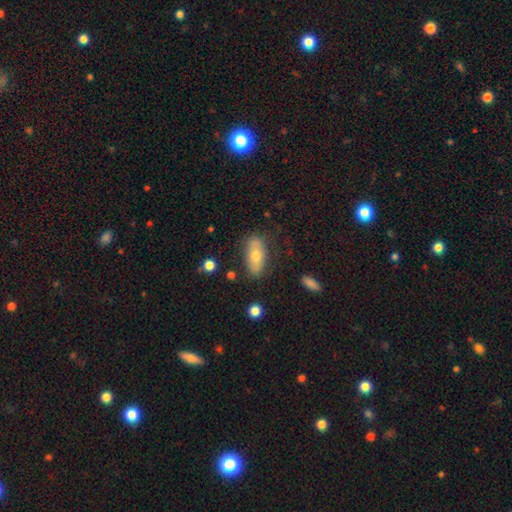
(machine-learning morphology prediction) Smooth or featured: smooth — 62% (featured or disk — 30%)
How rounded: in between — 84% (cigar-shaped — 12%)
Merging: none — 76% (minor disturbance — 17%)